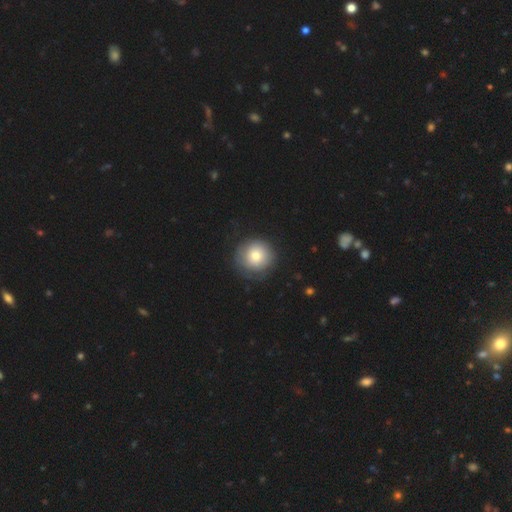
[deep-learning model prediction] smooth-or-featured: smooth: 72% | featured or disk: 21% | star or artifact: 7%
  how-rounded: round: 93% | in between: 6% | cigar-shaped: 1%
  merging: none: 79% | minor disturbance: 14% | major disturbance: 6% | merger: 1%